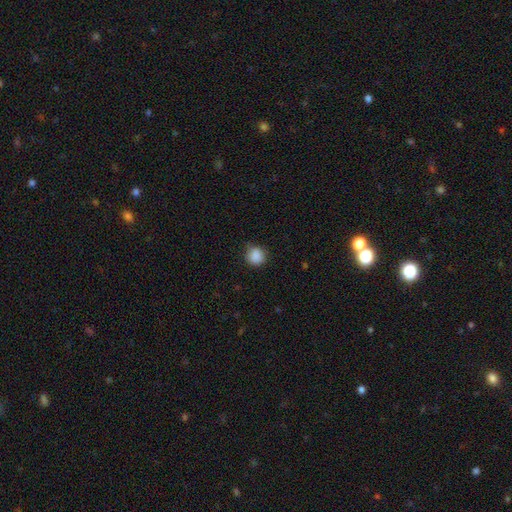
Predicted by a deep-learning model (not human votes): Smooth or featured?
  - smooth: 88% *
  - star or artifact: 9%
  - featured or disk: 3%
How rounded?
  - round: 88% *
  - in between: 11%
  - cigar-shaped: 1%
Merging?
  - none: 76% *
  - minor disturbance: 19%
  - major disturbance: 4%
  - merger: 1%